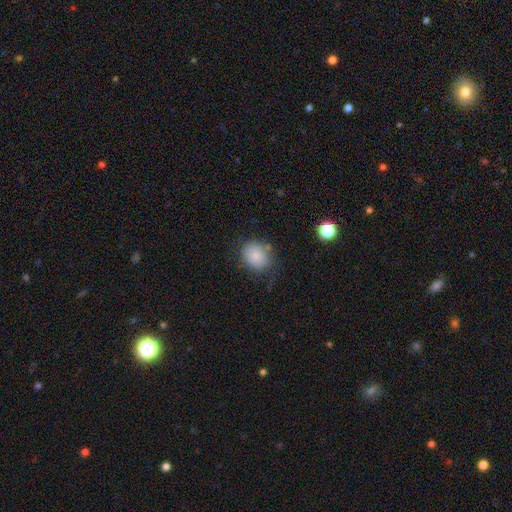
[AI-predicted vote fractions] Smooth or featured? smooth (82%)
How rounded? round (65%)
Merging? none (70%)